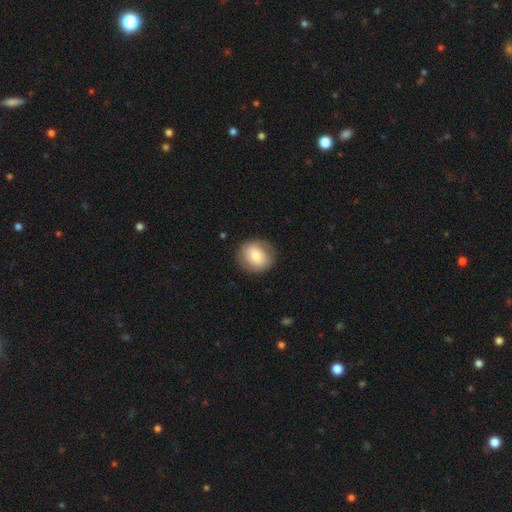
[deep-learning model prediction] The model was most divided on "how rounded": round: 72%, in between: 27%, cigar-shaped: 1%. More confident: merging — none (82%); smooth or featured — smooth (72%).